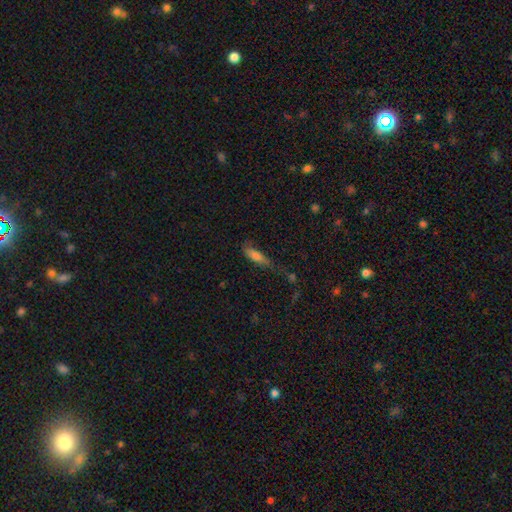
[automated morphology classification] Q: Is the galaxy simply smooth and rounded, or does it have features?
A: smooth — 73%.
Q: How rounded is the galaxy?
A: cigar-shaped — 54%.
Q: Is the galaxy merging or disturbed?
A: none — 45%.